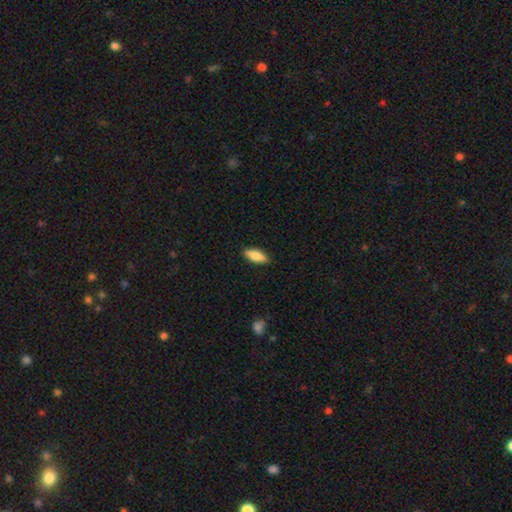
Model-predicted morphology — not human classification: This appears to be a smooth galaxy with no disk features (83%) that is in between round and cigar-shaped (74%). Merging: none (88%).